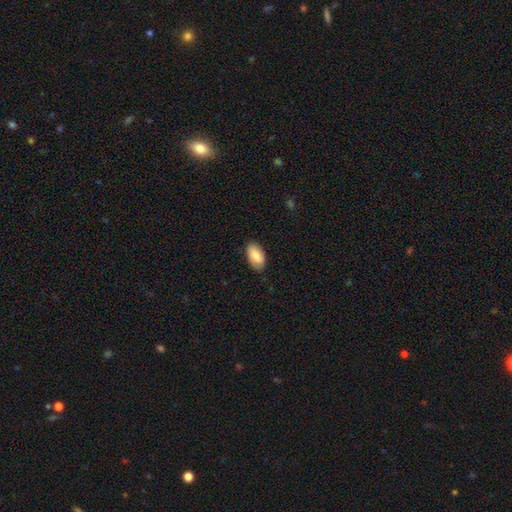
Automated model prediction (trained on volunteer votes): Overall: smooth (85%). How rounded: in between (94%). Merging: none (84%).